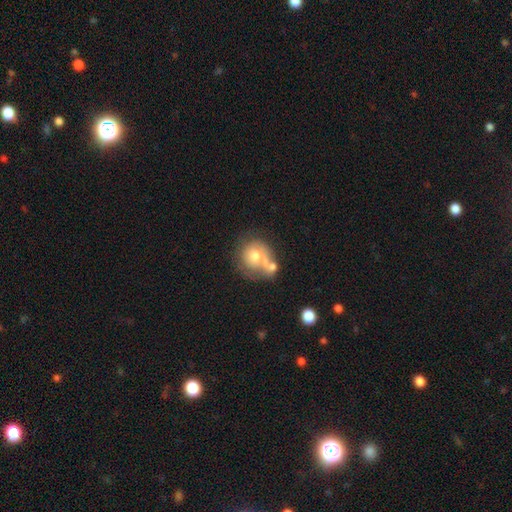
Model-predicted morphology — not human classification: The model was most divided on "merging": merger: 46%, none: 28%, minor disturbance: 14%, major disturbance: 12%. More confident: how rounded — round (78%); smooth or featured — smooth (57%).